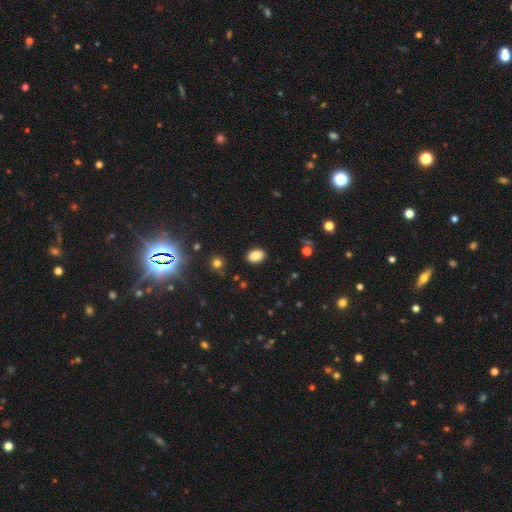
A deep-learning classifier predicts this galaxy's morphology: smooth 85%, star or artifact 10%, featured or disk 5%. Down the decision tree: how rounded — in between (83%); merging — none (88%).